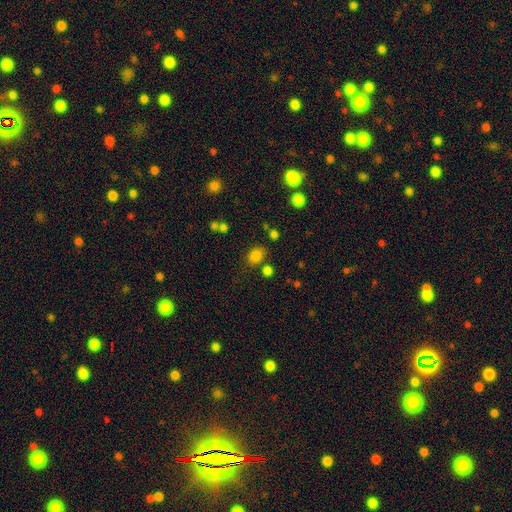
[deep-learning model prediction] A smooth galaxy with no disk features (80%) that is in between round and cigar-shaped (55%).

Vote fractions:
- Smooth or featured? smooth: 80% / star or artifact: 14% / featured or disk: 6%
- How rounded? in between: 55% / round: 44% / cigar-shaped: 1%
- Merging? none: 73% / minor disturbance: 14% / merger: 9% / major disturbance: 5%